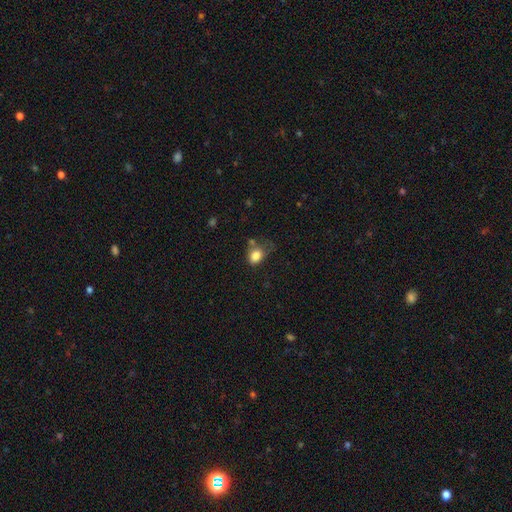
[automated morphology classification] The model was most divided on "merging": none: 40%, minor disturbance: 32%, major disturbance: 18%, merger: 10%. More confident: smooth or featured — smooth (82%); how rounded — in between (62%).